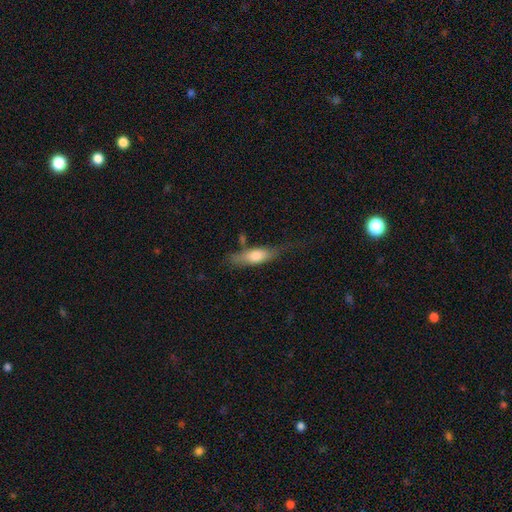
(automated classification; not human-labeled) A smooth galaxy with no disk features (66%) that is in between round and cigar-shaped (55%). Merging: none (49%).